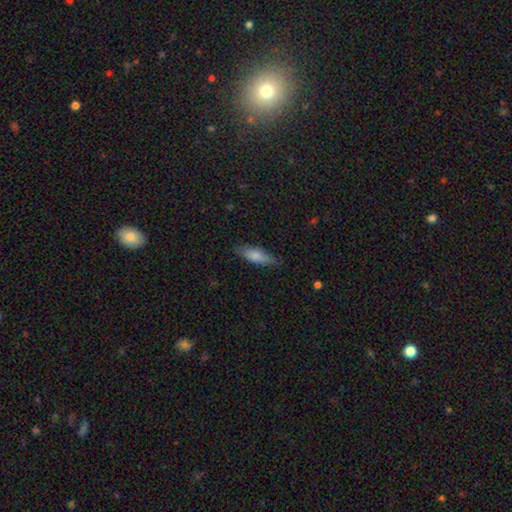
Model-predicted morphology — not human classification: A smooth galaxy with no disk features (77%) that is in between round and cigar-shaped (55%). Merging: none (80%).